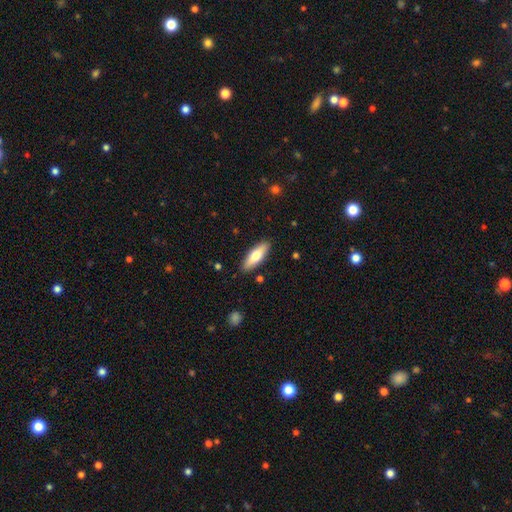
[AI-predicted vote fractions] Smooth or featured? Predicted: smooth (p=0.68). How rounded? Predicted: in between (p=0.55). Merging? Predicted: none (p=0.88).